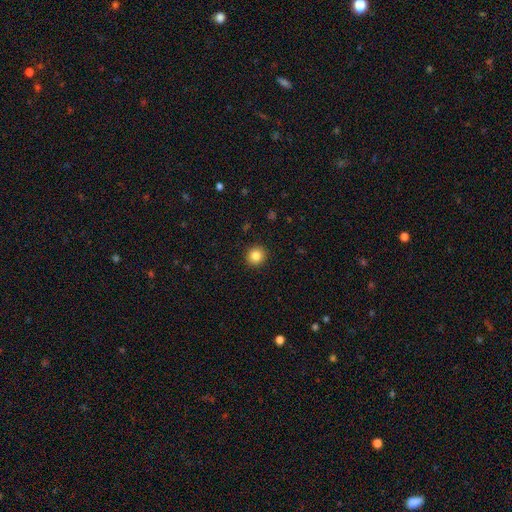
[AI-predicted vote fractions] smooth-or-featured: smooth: 84% | star or artifact: 10% | featured or disk: 6%
  how-rounded: round: 92% | in between: 7% | cigar-shaped: 1%
  merging: none: 92% | minor disturbance: 5% | major disturbance: 2% | merger: 1%